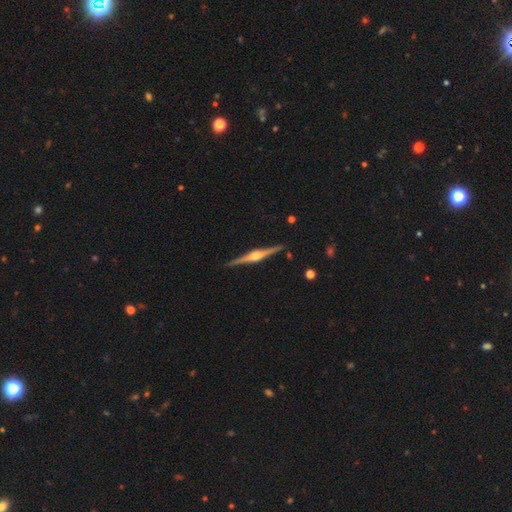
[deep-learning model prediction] This is clearly a featured or disk galaxy (86%). It is clearly viewed edge-on (99%). Edge-on bulge: clearly rounded (89%). Merging: clearly none (91%).